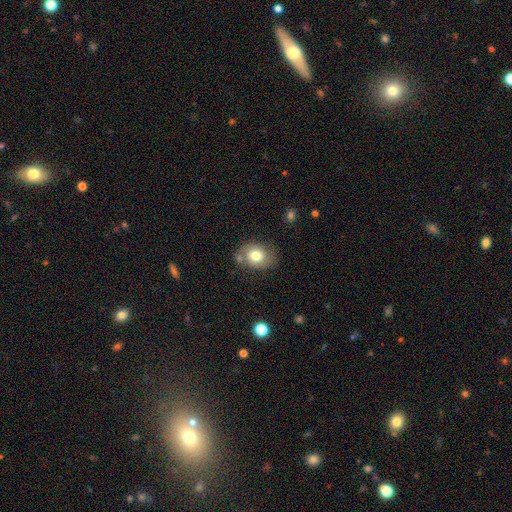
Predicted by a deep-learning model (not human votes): Smooth or featured? smooth (71%)
How rounded? in between (55%)
Merging? none (68%)